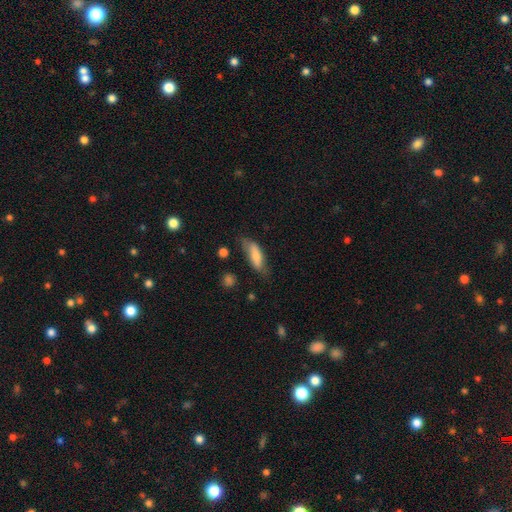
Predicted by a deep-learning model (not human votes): smooth-or-featured: smooth: 65% | featured or disk: 28% | star or artifact: 6%
  how-rounded: in between: 61% | cigar-shaped: 37% | round: 2%
  merging: none: 58% | minor disturbance: 29% | major disturbance: 10% | merger: 3%